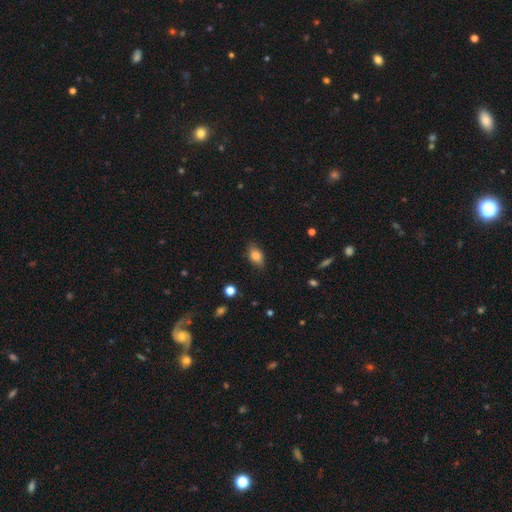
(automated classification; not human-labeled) This is likely a smooth galaxy (79%). How rounded: clearly in between (85%). Merging: likely none (80%).